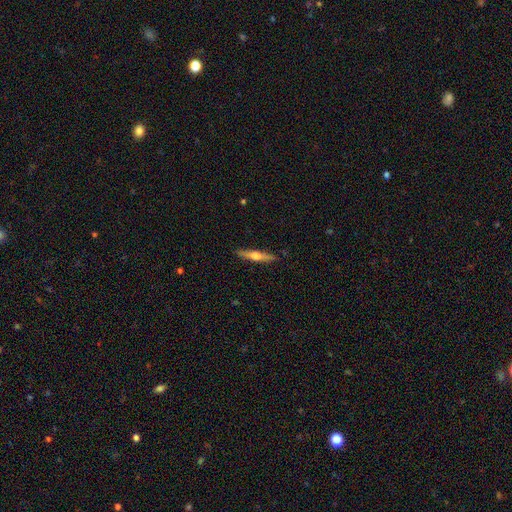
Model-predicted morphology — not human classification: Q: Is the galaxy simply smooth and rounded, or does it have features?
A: featured or disk — 57%.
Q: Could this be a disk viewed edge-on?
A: yes — 97%.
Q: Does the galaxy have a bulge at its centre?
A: rounded — 88%.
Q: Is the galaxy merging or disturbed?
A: none — 90%.